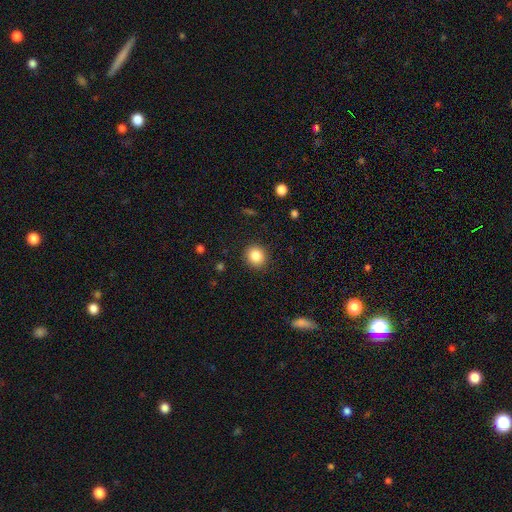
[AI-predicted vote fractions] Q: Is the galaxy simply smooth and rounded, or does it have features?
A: smooth — 85%.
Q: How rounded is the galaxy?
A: round — 84%.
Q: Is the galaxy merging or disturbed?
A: none — 90%.